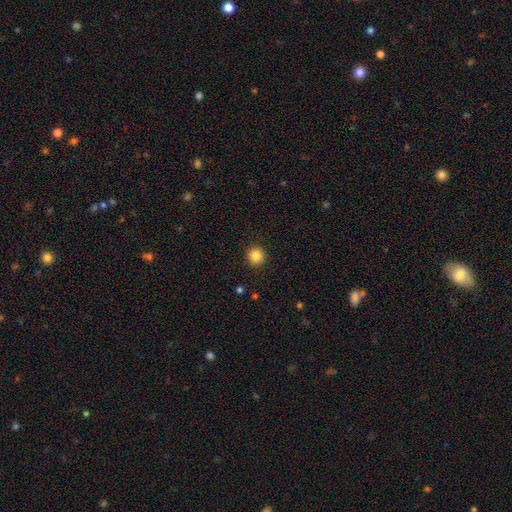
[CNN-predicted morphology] The model was most divided on "smooth or featured": smooth: 85%, star or artifact: 11%, featured or disk: 4%. More confident: how rounded — round (94%); merging — none (92%).